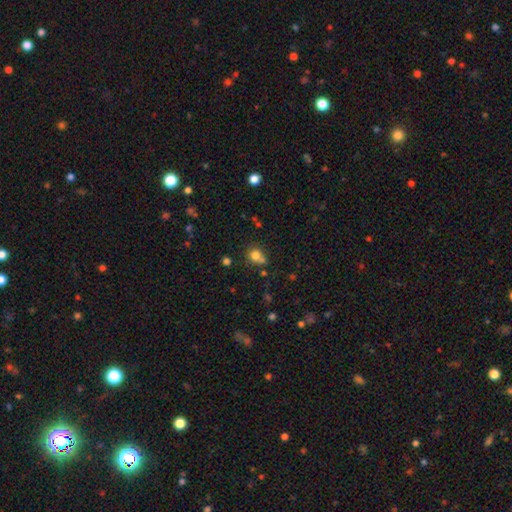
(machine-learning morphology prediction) Q: Smooth or featured?
A: smooth (76%); runner-up: star or artifact (15%)
Q: How rounded?
A: round (79%); runner-up: in between (20%)
Q: Merging?
A: none (51%); runner-up: merger (32%)